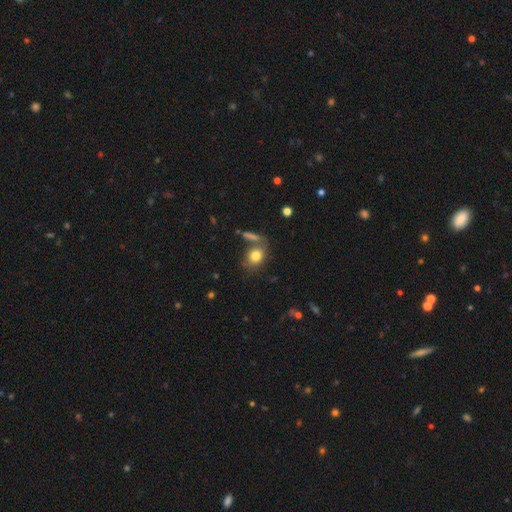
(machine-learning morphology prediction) Smooth or featured?
  - smooth: 80% *
  - featured or disk: 10%
  - star or artifact: 10%
How rounded?
  - in between: 52% *
  - round: 46%
  - cigar-shaped: 2%
Merging?
  - none: 63% *
  - merger: 17%
  - minor disturbance: 14%
  - major disturbance: 5%